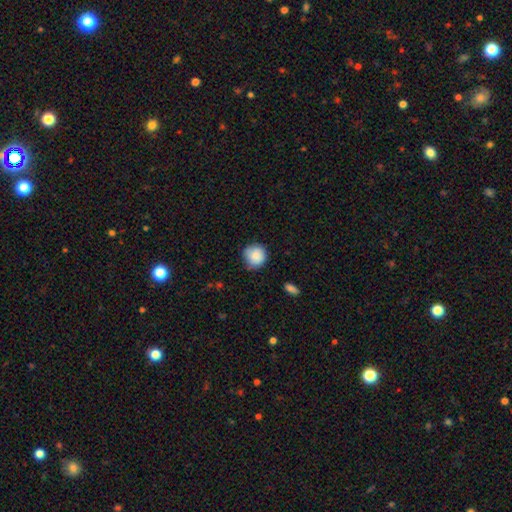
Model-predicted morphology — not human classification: A smooth galaxy with no disk features (87%) that is round (93%). Merging: none (78%).